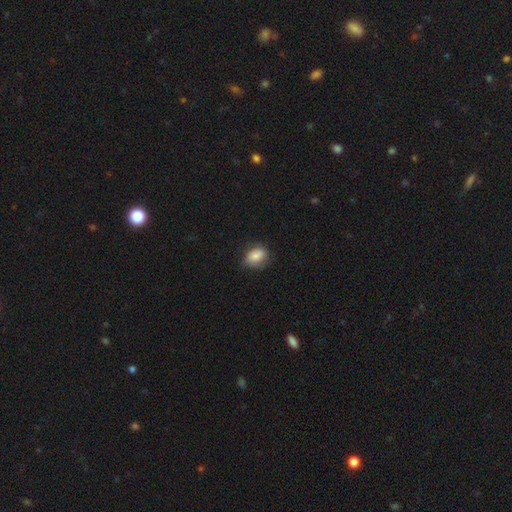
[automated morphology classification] The model was most divided on "how rounded": in between: 70%, round: 28%, cigar-shaped: 1%. More confident: smooth or featured — smooth (82%); merging — none (68%).